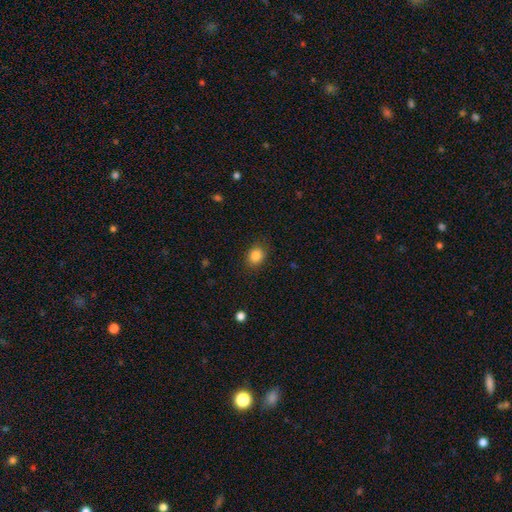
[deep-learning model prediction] Smooth or featured: smooth — 85% (star or artifact — 10%)
How rounded: round — 57% (in between — 42%)
Merging: none — 84% (minor disturbance — 11%)